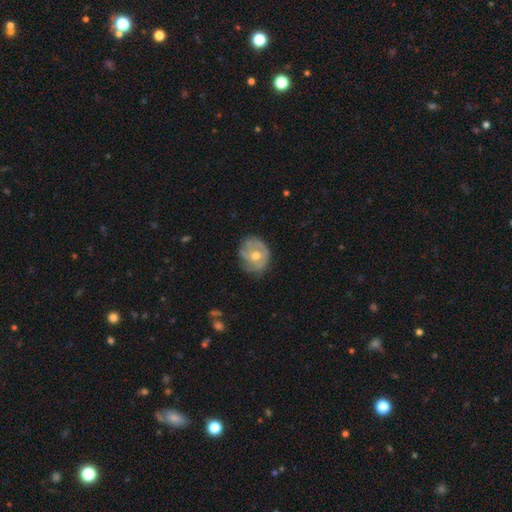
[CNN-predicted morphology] smooth-or-featured: featured or disk: 63% | smooth: 30% | star or artifact: 7%
  disk-edge-on: no: 97% | yes: 3%
    bar: no: 75% | weak: 21% | strong: 4%
    has-spiral-arms: yes: 65% | no: 35%
    bulge-size: moderate: 75% | small: 19% | large: 4% | none: 1% | dominant: 1%
  merging: none: 63% | minor disturbance: 26% | major disturbance: 10% | merger: 2%